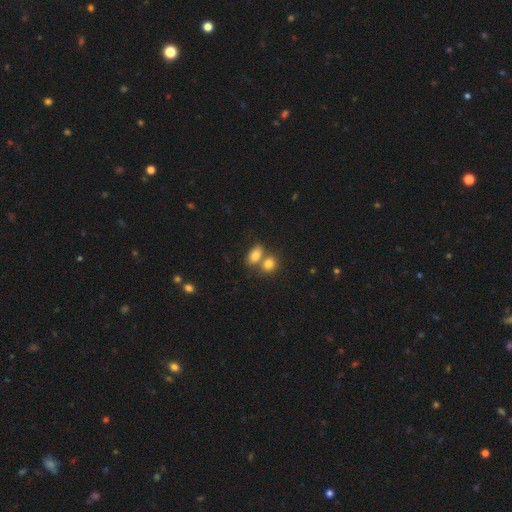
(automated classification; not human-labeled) smooth_or_featured: smooth (p=0.81) [alt: featured or disk p=0.09]
how_rounded: in between (p=0.82) [alt: round p=0.15]
merging: merger (p=0.48) [alt: none p=0.39]